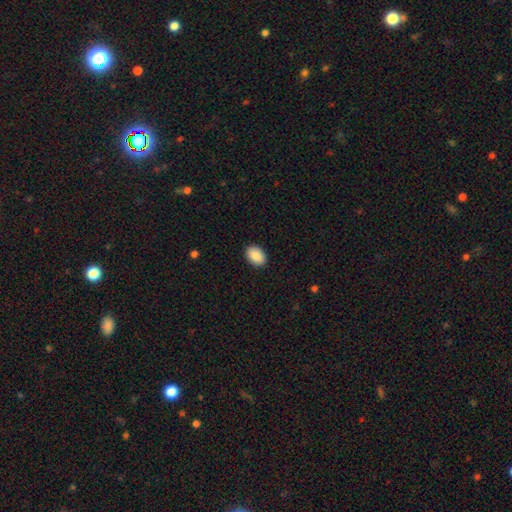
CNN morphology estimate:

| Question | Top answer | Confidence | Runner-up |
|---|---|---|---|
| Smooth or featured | smooth | 89% | star or artifact (7%) |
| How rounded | in between | 82% | round (17%) |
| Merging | none | 91% | minor disturbance (7%) |